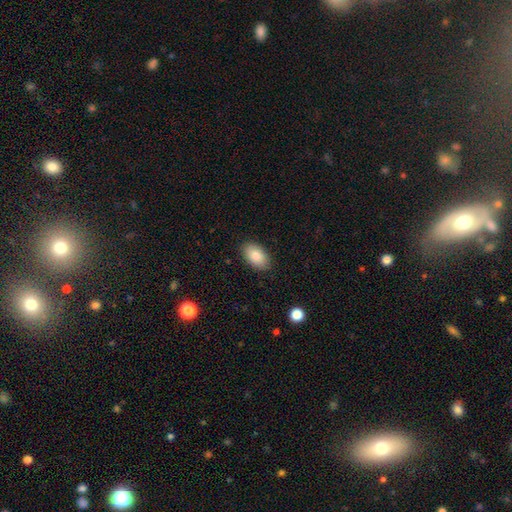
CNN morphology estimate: Q: Smooth or featured?
A: smooth (86%); runner-up: featured or disk (8%)
Q: How rounded?
A: in between (94%); runner-up: round (5%)
Q: Merging?
A: none (87%); runner-up: minor disturbance (10%)